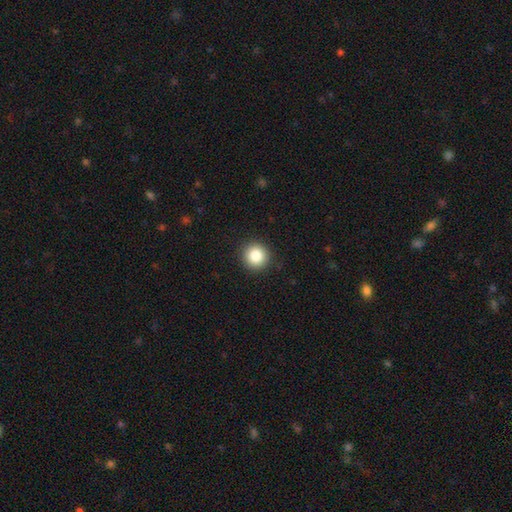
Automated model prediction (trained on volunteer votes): Q: Smooth or featured?
A: smooth (85%); runner-up: star or artifact (9%)
Q: How rounded?
A: round (95%); runner-up: in between (4%)
Q: Merging?
A: none (92%); runner-up: minor disturbance (5%)